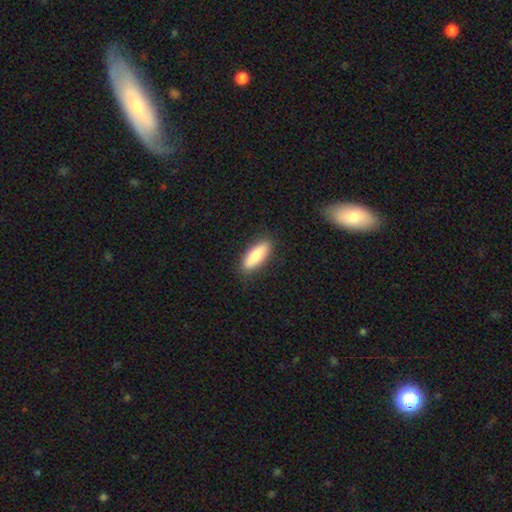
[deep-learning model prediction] A smooth galaxy with no disk features (83%) that is in between round and cigar-shaped (59%). Merging: none (88%).